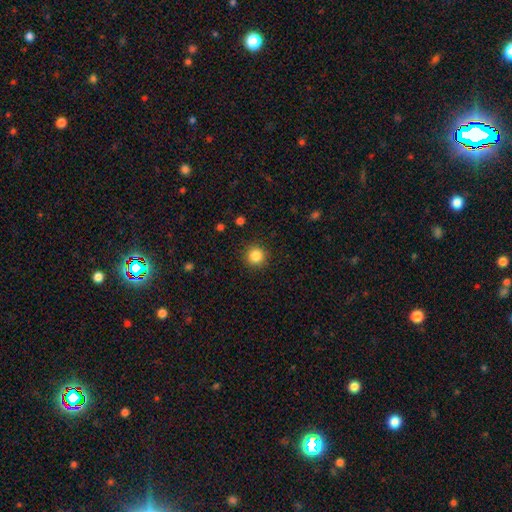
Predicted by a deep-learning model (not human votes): Smooth or featured? Predicted: smooth (p=0.85). How rounded? Predicted: round (p=0.95). Merging? Predicted: none (p=0.91).